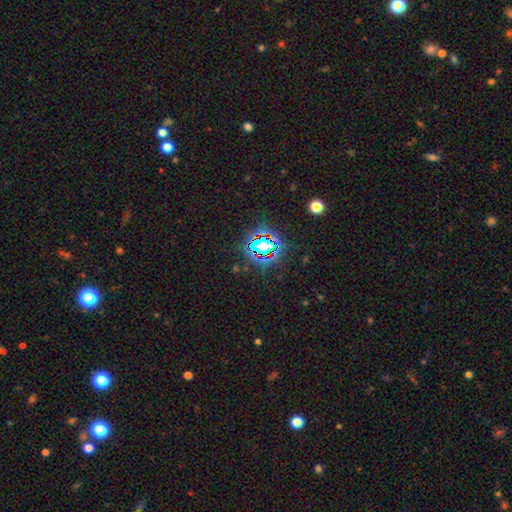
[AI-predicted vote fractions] Smooth or featured?
  - star or artifact: 79% *
  - smooth: 13%
  - featured or disk: 8%